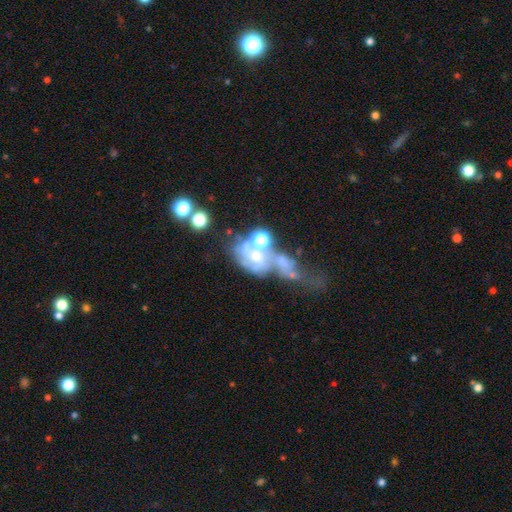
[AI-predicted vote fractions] This appears to be a featured or disk galaxy (62%) with no bar (69%), spiral arms (57%) and a moderate central bulge (41%). Merging: merger (41%).